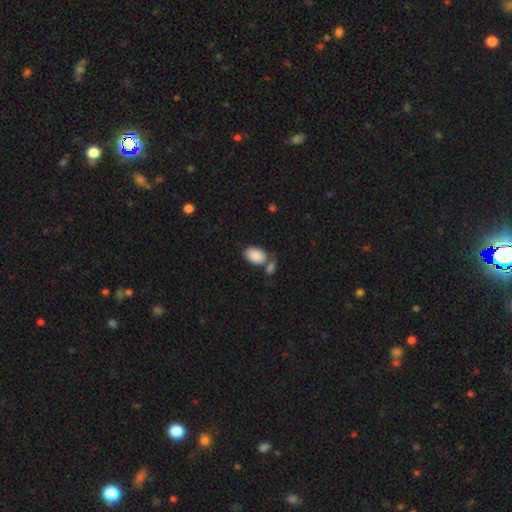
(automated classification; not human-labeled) A smooth galaxy with no disk features (89%) that is in between round and cigar-shaped (90%).

Vote fractions:
- Smooth or featured? smooth: 89% / star or artifact: 7% / featured or disk: 5%
- How rounded? in between: 90% / round: 9% / cigar-shaped: 1%
- Merging? none: 52% / merger: 29% / minor disturbance: 14% / major disturbance: 5%